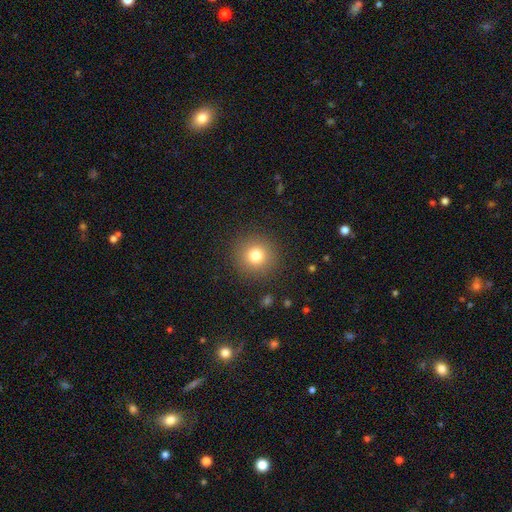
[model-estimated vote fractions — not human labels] Morphology: type=smooth (78%); roundness=round (95%); merging=none (90%).